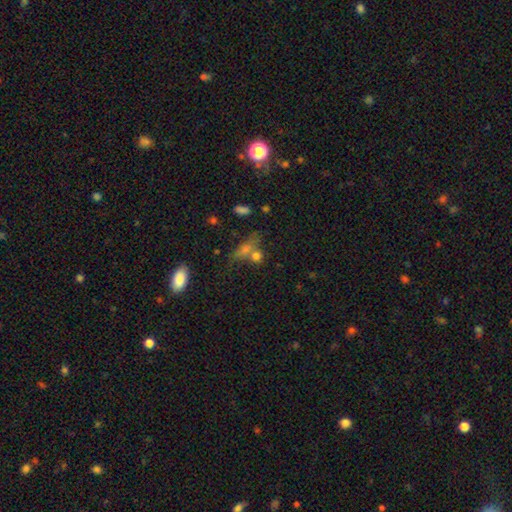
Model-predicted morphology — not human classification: Q: Smooth or featured?
A: smooth (69%); runner-up: star or artifact (17%)
Q: How rounded?
A: round (57%); runner-up: in between (36%)
Q: Merging?
A: merger (42%); runner-up: none (40%)